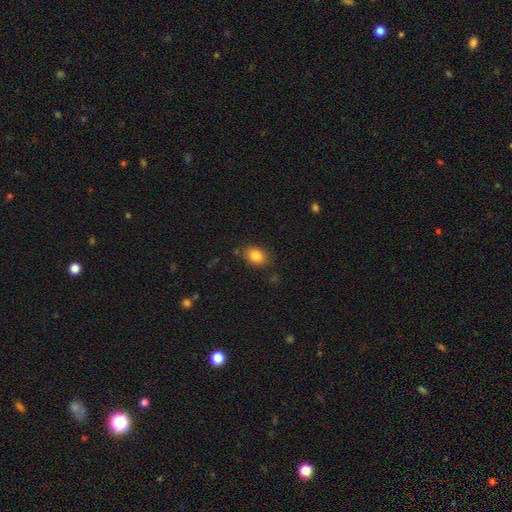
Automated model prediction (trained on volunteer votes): smooth 85%, star or artifact 9%, featured or disk 7%. Down the decision tree: how rounded — in between (65%); merging — none (79%).